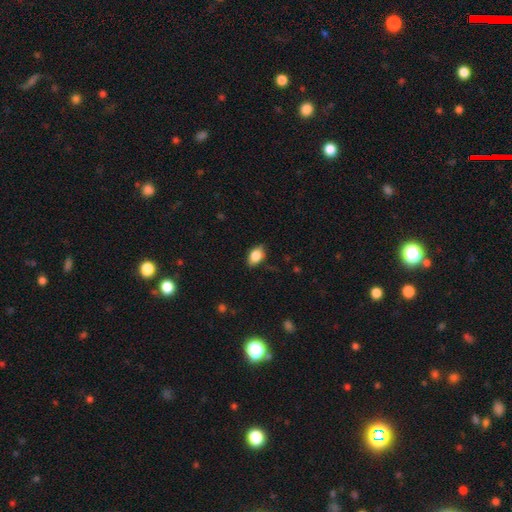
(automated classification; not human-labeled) A smooth galaxy with no disk features (82%) that is in between round and cigar-shaped (86%).

Vote fractions:
- Smooth or featured? smooth: 82% / featured or disk: 10% / star or artifact: 8%
- How rounded? in between: 86% / round: 12% / cigar-shaped: 2%
- Merging? none: 80% / minor disturbance: 16% / major disturbance: 3% / merger: 1%